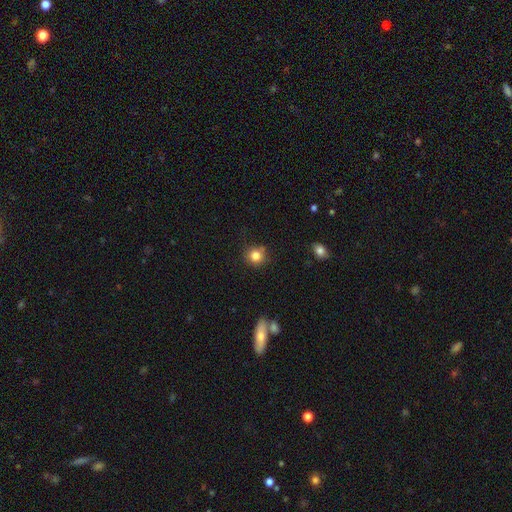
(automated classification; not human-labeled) smooth 82%, star or artifact 12%, featured or disk 7%. Down the decision tree: how rounded — round (89%); merging — none (79%).